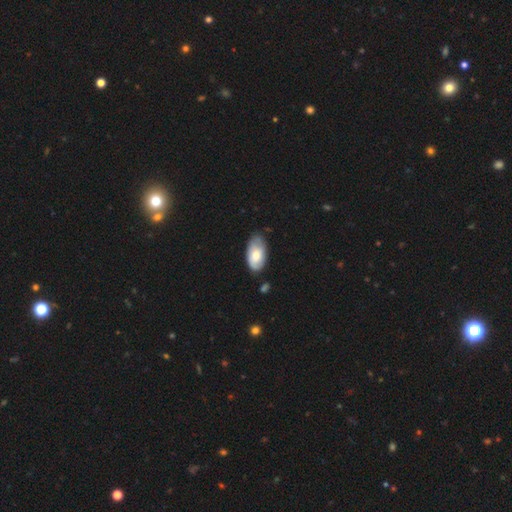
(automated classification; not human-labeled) This is likely a smooth galaxy (64%). How rounded: clearly in between (95%). Merging: likely none (67%).